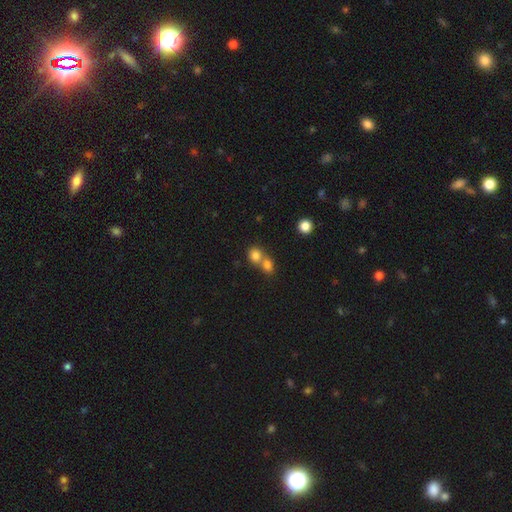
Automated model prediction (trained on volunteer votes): The model was most divided on "merging": merger: 54%, none: 38%, minor disturbance: 5%, major disturbance: 2%. More confident: smooth or featured — smooth (80%); how rounded — round (78%).